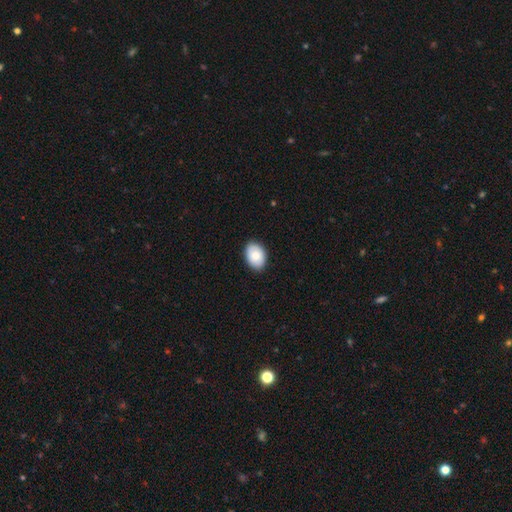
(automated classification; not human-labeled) Morphology: type=smooth (83%); roundness=in between (83%); merging=none (89%).